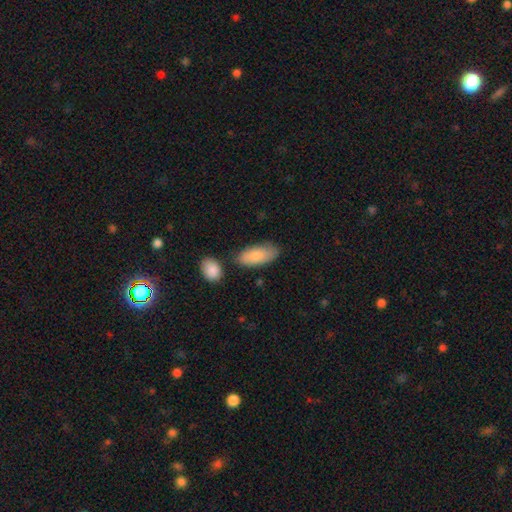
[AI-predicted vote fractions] Smooth or featured: smooth — 82% (featured or disk — 12%)
How rounded: in between — 89% (cigar-shaped — 9%)
Merging: none — 69% (minor disturbance — 18%)